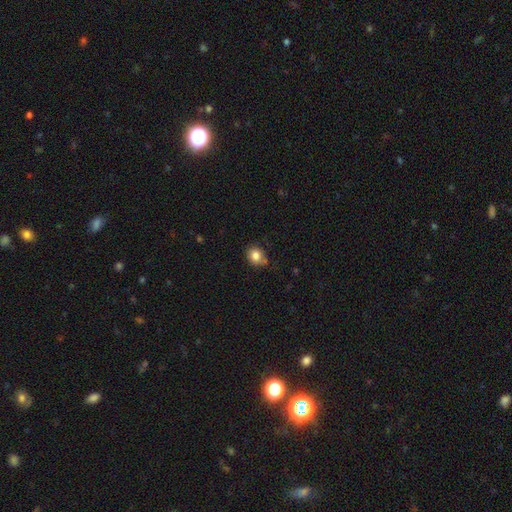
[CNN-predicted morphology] Overall: smooth (82%). How rounded: round (75%). Merging: none (70%).